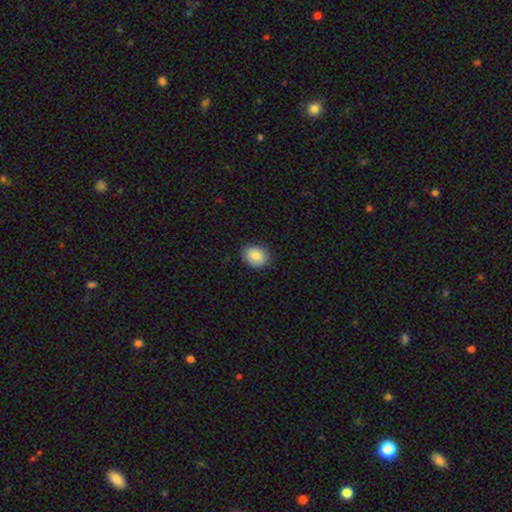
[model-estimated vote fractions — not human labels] Smooth or featured? Predicted: smooth (p=0.86). How rounded? Predicted: round (p=0.57). Merging? Predicted: none (p=0.84).